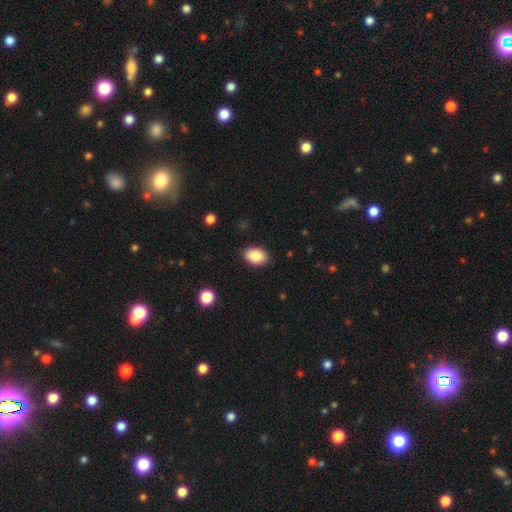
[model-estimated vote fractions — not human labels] Morphology: type=smooth (87%); roundness=in between (86%); merging=none (88%).